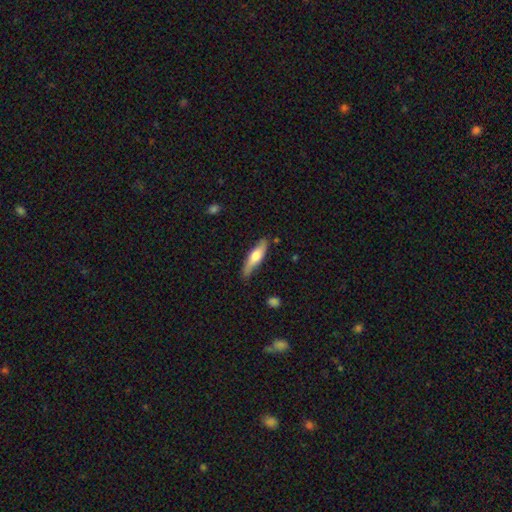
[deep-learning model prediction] Smooth or featured? Predicted: smooth (p=0.55). How rounded? Predicted: cigar-shaped (p=0.70). Merging? Predicted: none (p=0.77).